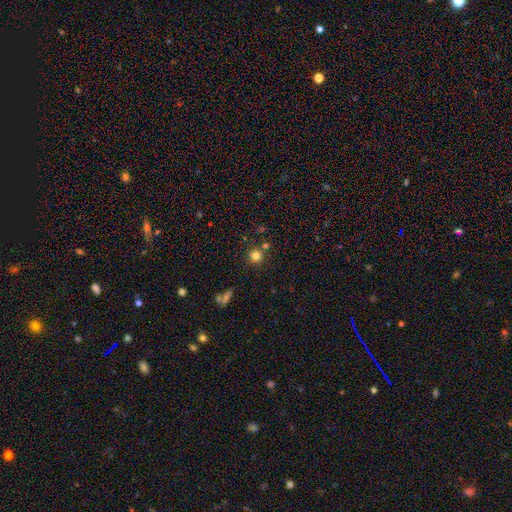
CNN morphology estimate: This appears to be a smooth galaxy with no disk features (79%) that is round (93%). Merging: none (79%).